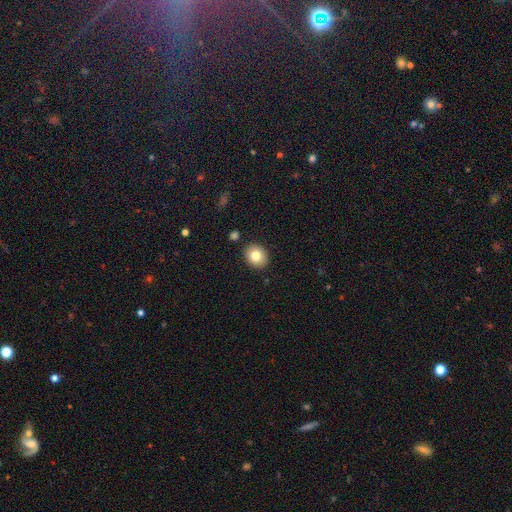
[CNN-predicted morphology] A smooth galaxy with no disk features (81%) that is round (60%). Merging: none (89%).